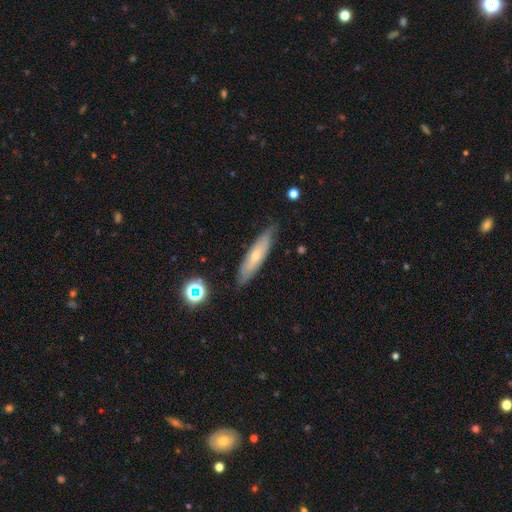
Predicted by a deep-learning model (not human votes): Smooth or featured? Predicted: smooth (p=0.48). Merging? Predicted: none (p=0.80).